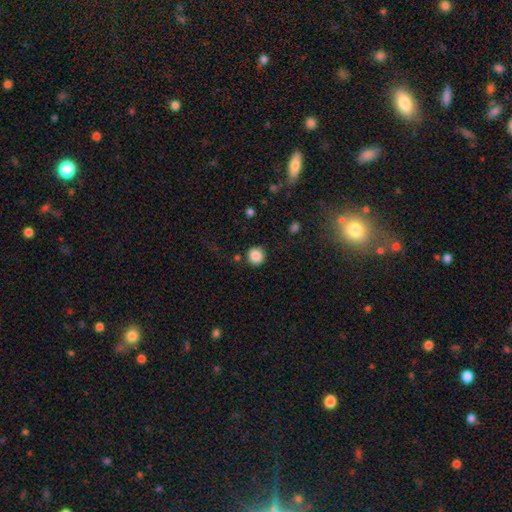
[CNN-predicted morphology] smooth 86%, star or artifact 10%, featured or disk 4%. Down the decision tree: how rounded — round (90%); merging — none (85%).